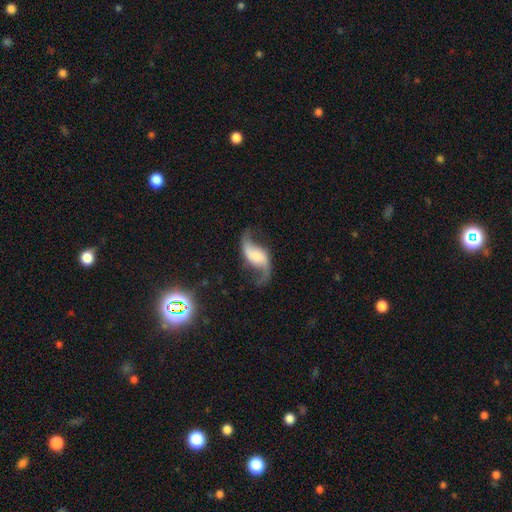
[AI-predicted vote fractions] Smooth or featured?
  - featured or disk: 86% *
  - smooth: 8%
  - star or artifact: 6%
Edge-on disk?
  - no: 96% *
  - yes: 4%
Bar?
  - no: 42% *
  - weak: 37%
  - strong: 20%
Spiral arms?
  - yes: 96% *
  - no: 4%
Spiral winding?
  - loose: 88% *
  - medium: 9%
  - tight: 2%
Spiral arm count?
  - 2: 93% *
  - 1: 3%
  - can't tell: 1%
  - 3: 1%
  - 4: 1%
  - more than 4: 1%
Bulge size?
  - moderate: 29% * (tied)
  - small: 29% * (tied)
  - large: 19%
  - none: 17%
  - dominant: 6%
Merging?
  - none: 74% *
  - minor disturbance: 14%
  - major disturbance: 10%
  - merger: 2%